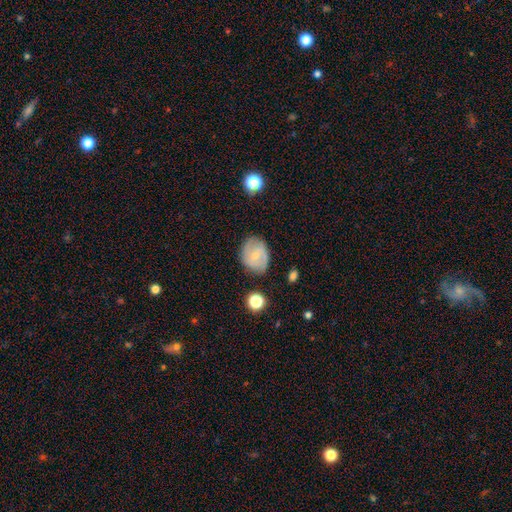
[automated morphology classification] Smooth or featured: featured or disk — 49% (smooth — 43%)
Merging: none — 76% (minor disturbance — 17%)